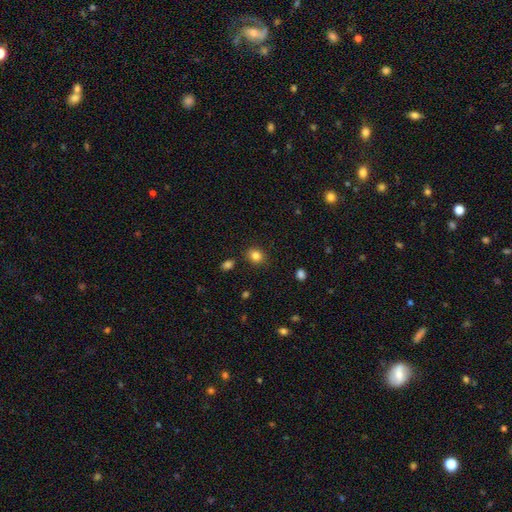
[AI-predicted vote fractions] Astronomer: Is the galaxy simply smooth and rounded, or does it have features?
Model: smooth — 84%.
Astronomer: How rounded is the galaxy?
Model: round — 70%.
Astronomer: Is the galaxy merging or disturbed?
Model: none — 85%.